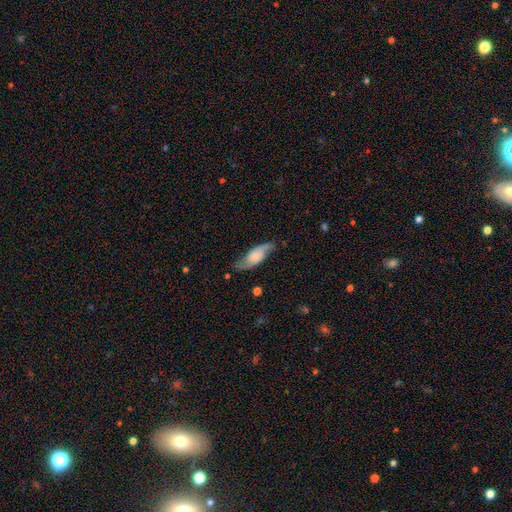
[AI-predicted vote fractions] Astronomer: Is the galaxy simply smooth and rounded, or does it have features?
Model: featured or disk — 59% (runner-up: smooth, 34%).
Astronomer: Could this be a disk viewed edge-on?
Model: no — 82%.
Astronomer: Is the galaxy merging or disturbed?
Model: none — 69%.